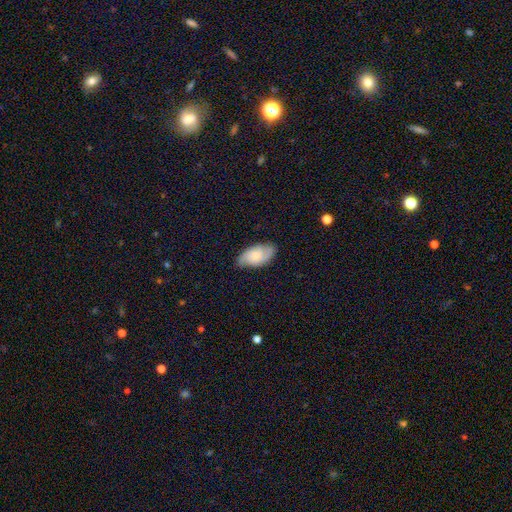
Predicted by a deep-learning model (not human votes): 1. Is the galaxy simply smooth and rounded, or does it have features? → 50% featured or disk, 44% smooth, 7% star or artifact.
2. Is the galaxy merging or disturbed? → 78% none, 18% minor disturbance, 4% major disturbance, 1% merger.